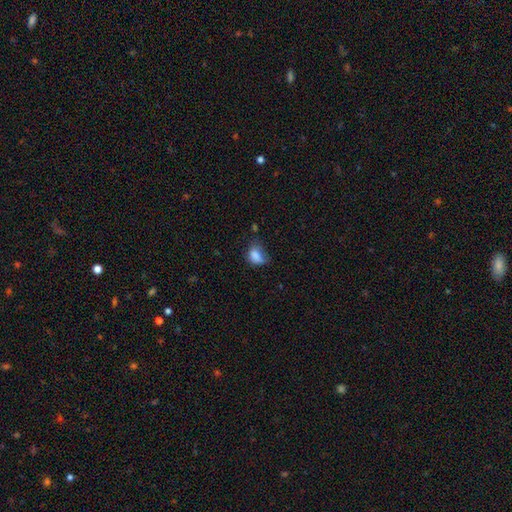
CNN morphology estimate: Smooth or featured: smooth — 80% (featured or disk — 10%)
How rounded: in between — 72% (round — 26%)
Merging: minor disturbance — 40% (none — 32%)